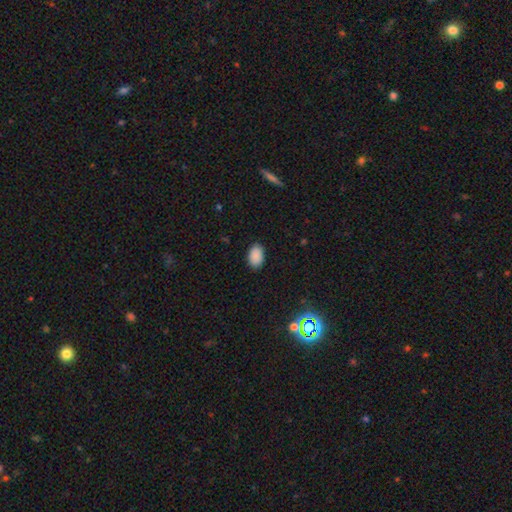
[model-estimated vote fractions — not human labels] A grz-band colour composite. It shows a smooth galaxy with no disk features (88%) that is in between round and cigar-shaped (90%). Merging: none (87%).